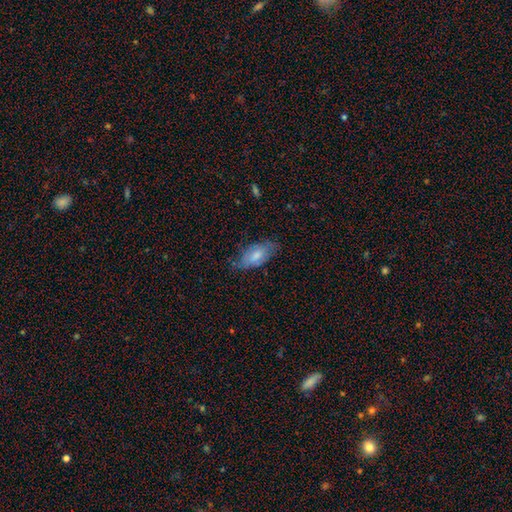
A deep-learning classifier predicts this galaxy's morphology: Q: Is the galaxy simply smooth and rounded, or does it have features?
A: smooth — 69%.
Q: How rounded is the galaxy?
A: in between — 89%.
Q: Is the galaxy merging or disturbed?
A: none — 65%.